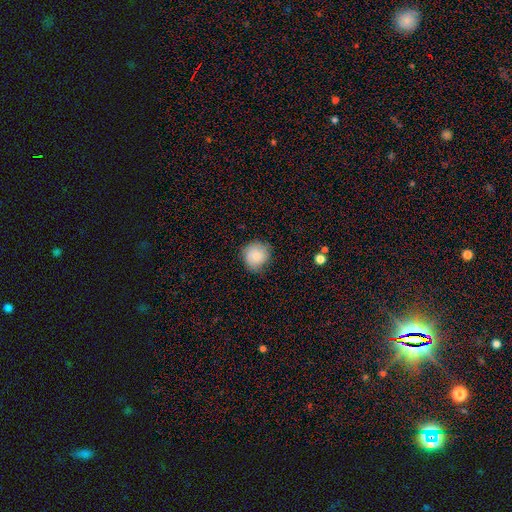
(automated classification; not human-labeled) This is clearly a smooth galaxy (81%). How rounded: clearly round (89%). Merging: likely none (74%).